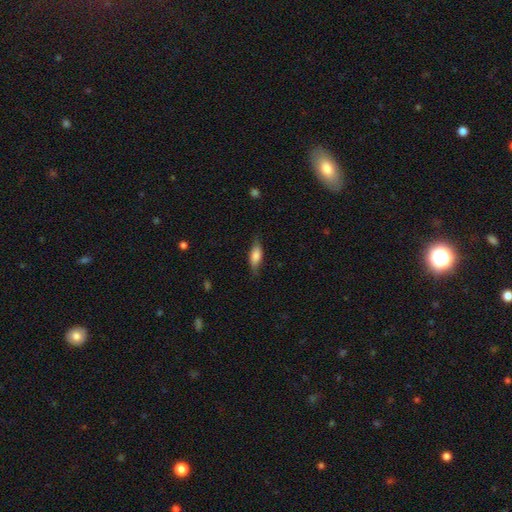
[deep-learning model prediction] A smooth galaxy with no disk features (71%) that is in between round and cigar-shaped (64%). Merging: none (75%).